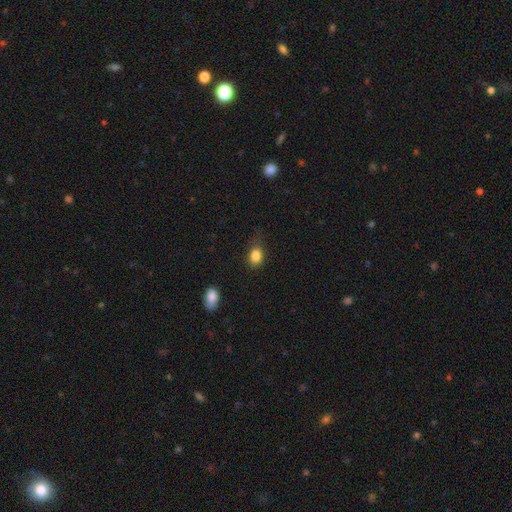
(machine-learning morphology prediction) Overall: smooth (85%). How rounded: in between (60%; round 38%). Merging: none (67%).